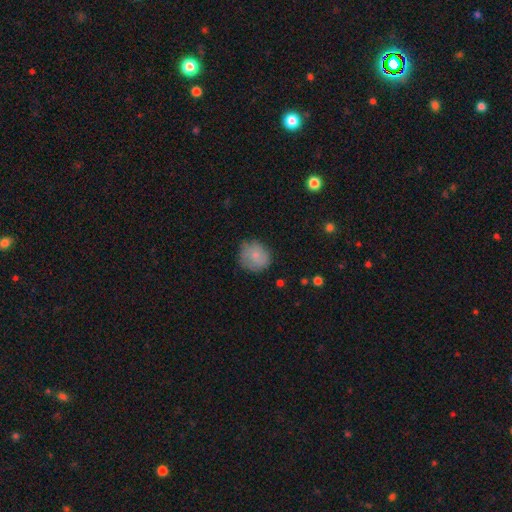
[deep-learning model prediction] Smooth or featured? smooth (78%)
How rounded? round (86%)
Merging? none (70%)